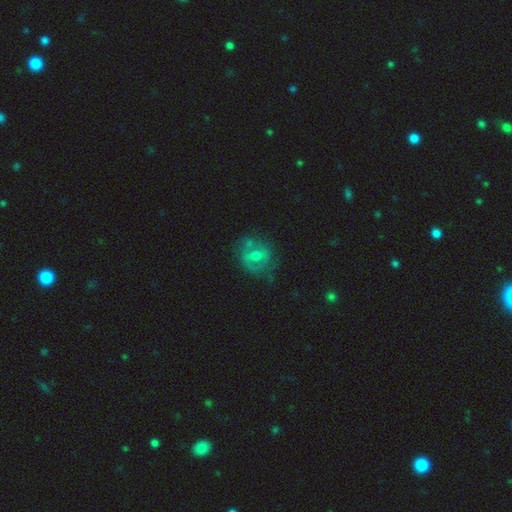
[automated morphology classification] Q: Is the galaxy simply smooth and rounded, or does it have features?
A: featured or disk — 57%.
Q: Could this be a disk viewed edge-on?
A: no — 96%.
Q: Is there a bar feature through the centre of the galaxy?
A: no — 50%.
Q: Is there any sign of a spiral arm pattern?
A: yes — 54%.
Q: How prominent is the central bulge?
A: moderate — 60%.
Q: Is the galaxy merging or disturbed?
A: none — 58%.